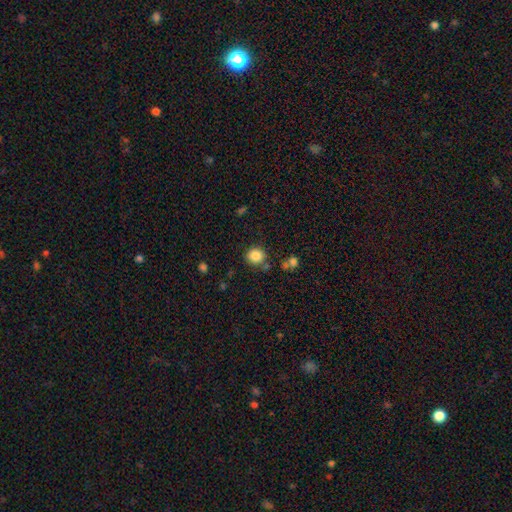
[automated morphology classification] This is clearly a smooth galaxy (85%). How rounded: clearly round (82%). Merging: clearly none (81%).